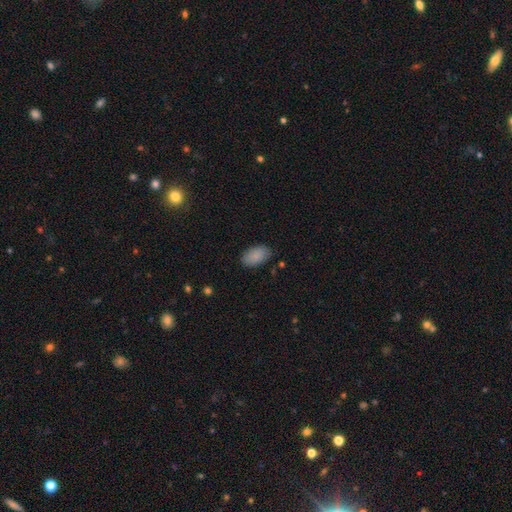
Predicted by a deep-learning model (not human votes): Smooth or featured?
  - smooth: 89% *
  - star or artifact: 7%
  - featured or disk: 4%
How rounded?
  - in between: 94% *
  - round: 4%
  - cigar-shaped: 2%
Merging?
  - none: 83% *
  - minor disturbance: 13%
  - major disturbance: 3%
  - merger: 1%